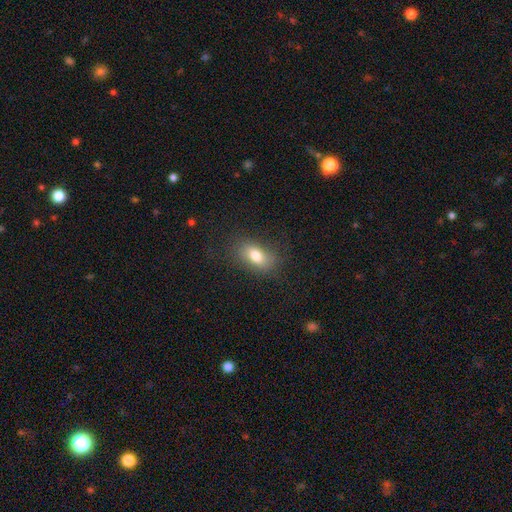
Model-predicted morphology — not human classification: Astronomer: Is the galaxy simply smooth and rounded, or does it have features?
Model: smooth — 77%.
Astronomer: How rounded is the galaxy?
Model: in between — 86%.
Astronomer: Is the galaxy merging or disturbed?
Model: none — 77%.